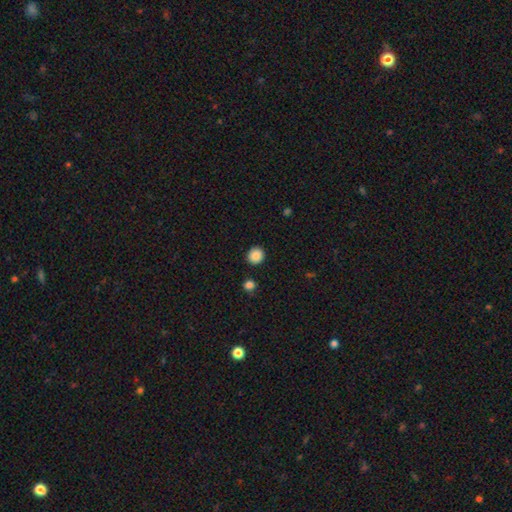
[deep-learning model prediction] Overall: smooth (88%). How rounded: round (90%). Merging: none (91%).